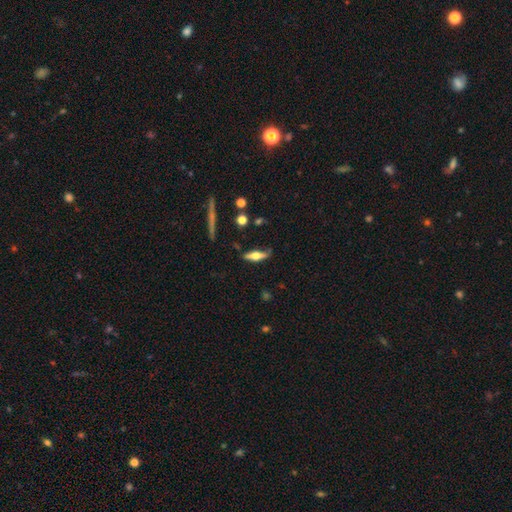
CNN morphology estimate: Smooth or featured: featured or disk — 49% (smooth — 44%)
Merging: none — 68% (minor disturbance — 22%)